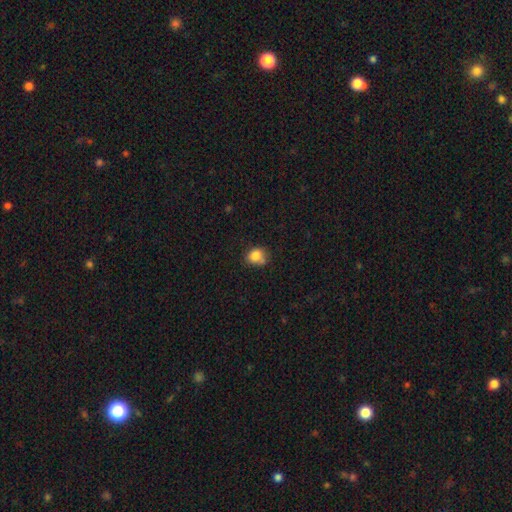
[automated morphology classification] smooth 82%, star or artifact 10%, featured or disk 8%. Down the decision tree: how rounded — round (65%); merging — none (55%).